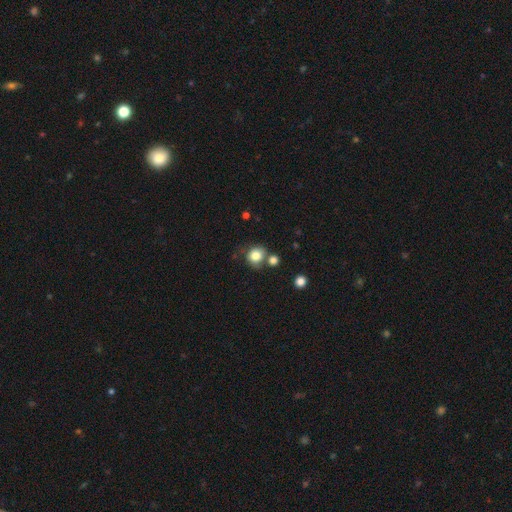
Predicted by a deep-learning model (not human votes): Smooth or featured? smooth (81%)
How rounded? round (79%)
Merging? none (59%)